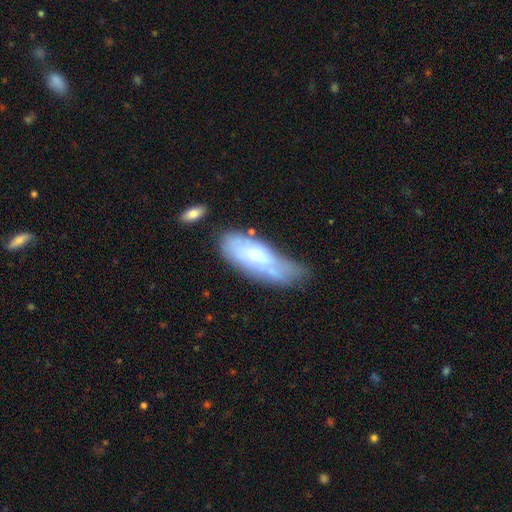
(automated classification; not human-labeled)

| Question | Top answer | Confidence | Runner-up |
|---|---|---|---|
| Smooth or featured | smooth | 54% | featured or disk (39%) |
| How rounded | in between | 75% | cigar-shaped (23%) |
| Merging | none | 38% | minor disturbance (35%) |